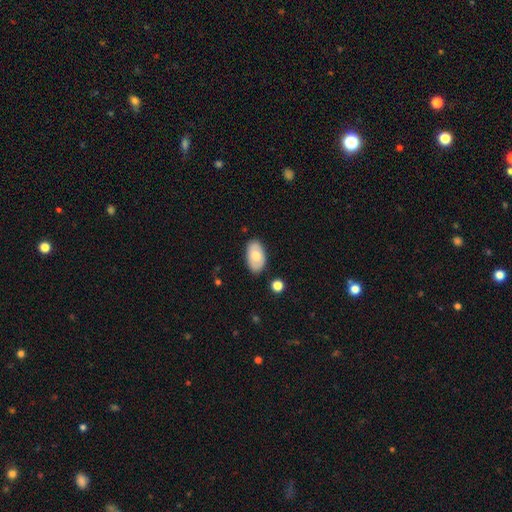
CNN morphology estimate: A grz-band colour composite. It shows a smooth galaxy with no disk features (64%) that is in between round and cigar-shaped (94%). Merging: none (84%).